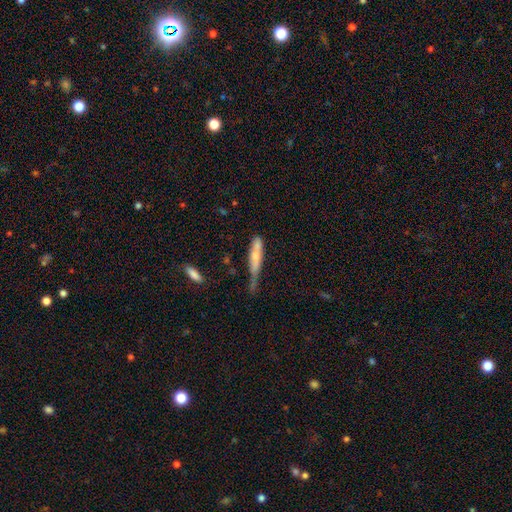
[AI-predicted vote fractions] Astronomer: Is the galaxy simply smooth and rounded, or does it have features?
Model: smooth — 59% (runner-up: featured or disk, 35%).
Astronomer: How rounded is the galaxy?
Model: cigar-shaped — 85%.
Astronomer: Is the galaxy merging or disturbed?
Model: minor disturbance — 35% (runner-up: none, 34%).